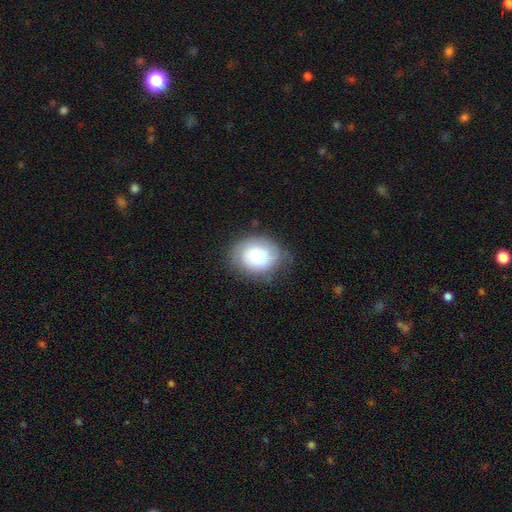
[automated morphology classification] This appears to be a smooth galaxy with no disk features (73%) that is round (54%). Merging: none (67%).